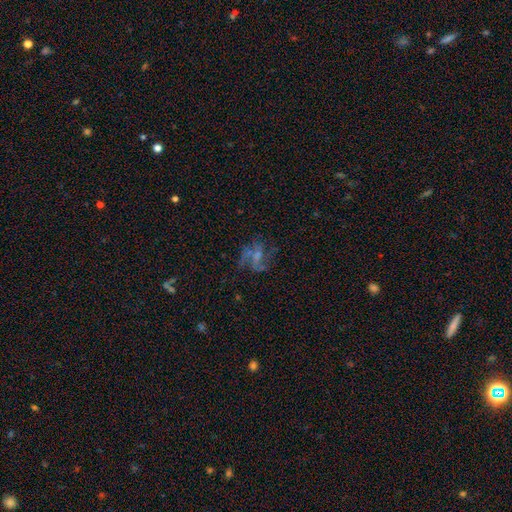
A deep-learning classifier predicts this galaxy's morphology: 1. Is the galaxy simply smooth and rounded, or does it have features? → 56% featured or disk, 27% smooth, 18% star or artifact.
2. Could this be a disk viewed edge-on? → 97% no, 3% yes.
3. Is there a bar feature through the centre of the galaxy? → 62% no, 30% weak, 9% strong.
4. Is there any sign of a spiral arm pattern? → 56% yes, 44% no.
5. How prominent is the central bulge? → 41% none, 35% small, 19% moderate, 3% large, 2% dominant.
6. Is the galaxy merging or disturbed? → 41% none, 35% major disturbance, 18% minor disturbance, 6% merger.